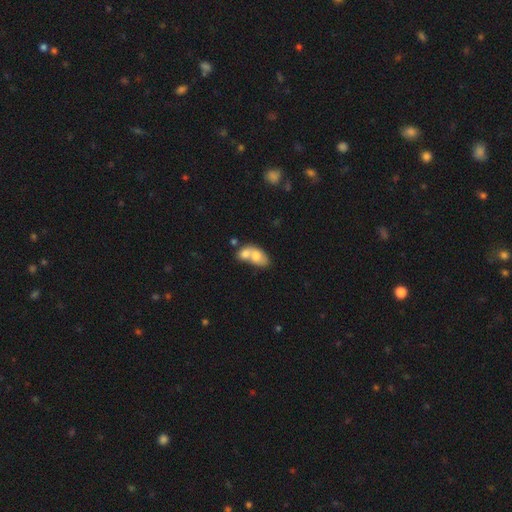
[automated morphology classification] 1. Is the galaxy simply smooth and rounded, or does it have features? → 70% smooth, 22% featured or disk, 8% star or artifact.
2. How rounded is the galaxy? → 83% in between, 14% round, 3% cigar-shaped.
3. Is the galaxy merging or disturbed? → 72% merger, 17% none, 7% minor disturbance, 4% major disturbance.